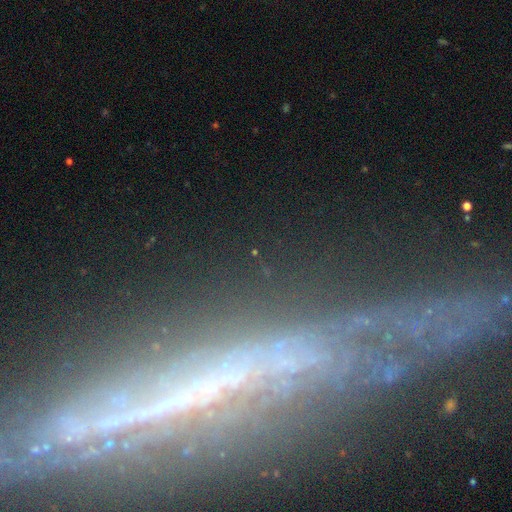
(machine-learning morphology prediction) featured or disk 57%, star or artifact 28%, smooth 16%. Down the decision tree: edge-on disk — yes (68%); merging — none (75%).